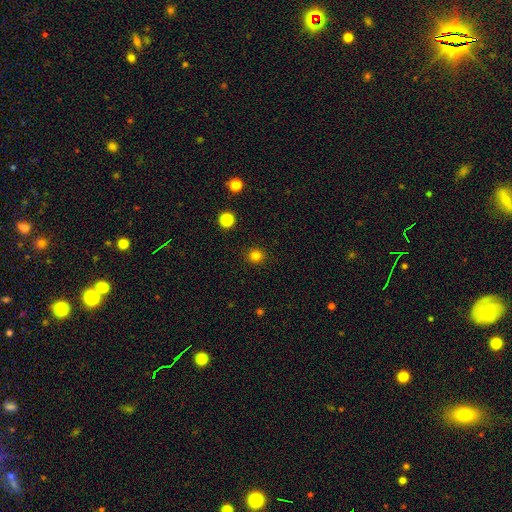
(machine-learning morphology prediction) Smooth or featured? smooth (81%)
How rounded? round (92%)
Merging? none (92%)